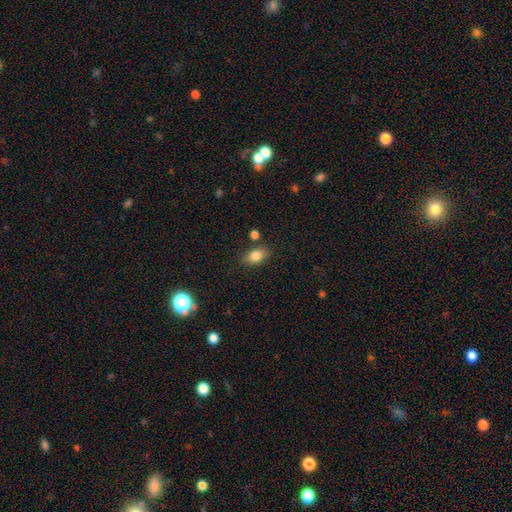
Smooth or featured: smooth — 82% (featured or disk — 13%)
How rounded: in between — 88% (round — 6%)
Merging: none — 81% (minor disturbance — 8%)